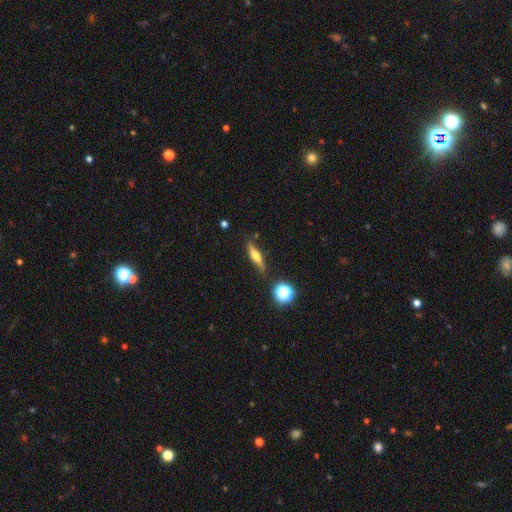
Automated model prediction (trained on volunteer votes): Smooth or featured? featured or disk (52%)
Edge-on disk? yes (91%)
Merging? none (81%)